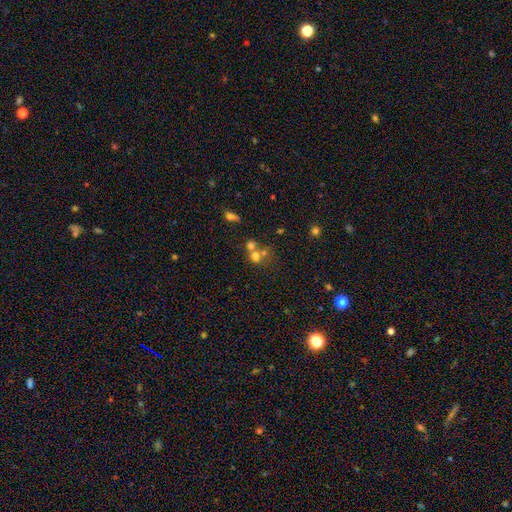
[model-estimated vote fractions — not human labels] smooth_or_featured: smooth (p=0.63) [alt: featured or disk p=0.19]
how_rounded: round (p=0.73) [alt: in between p=0.26]
merging: merger (p=0.55) [alt: none p=0.33]